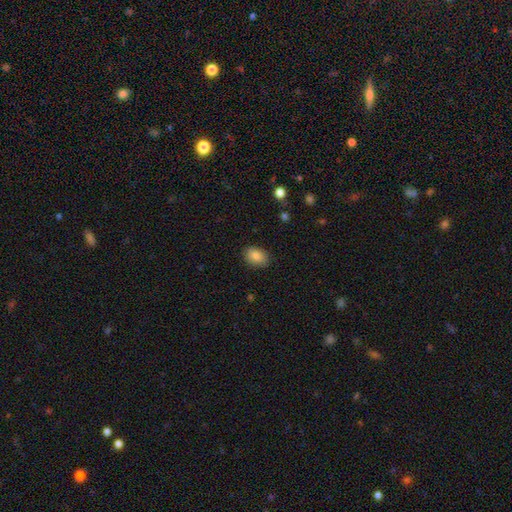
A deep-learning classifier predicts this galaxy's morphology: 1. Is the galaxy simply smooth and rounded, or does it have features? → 85% smooth, 8% star or artifact, 7% featured or disk.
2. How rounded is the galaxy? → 81% in between, 18% round, 1% cigar-shaped.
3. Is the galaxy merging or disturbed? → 86% none, 11% minor disturbance, 2% major disturbance, 1% merger.